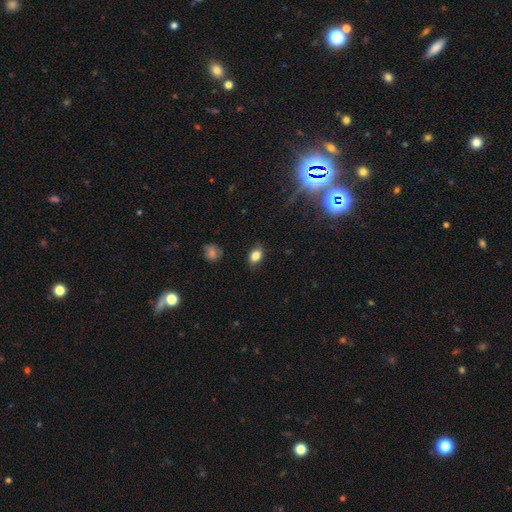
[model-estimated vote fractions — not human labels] Smooth or featured? Predicted: smooth (p=0.83). How rounded? Predicted: in between (p=0.75). Merging? Predicted: none (p=0.80).